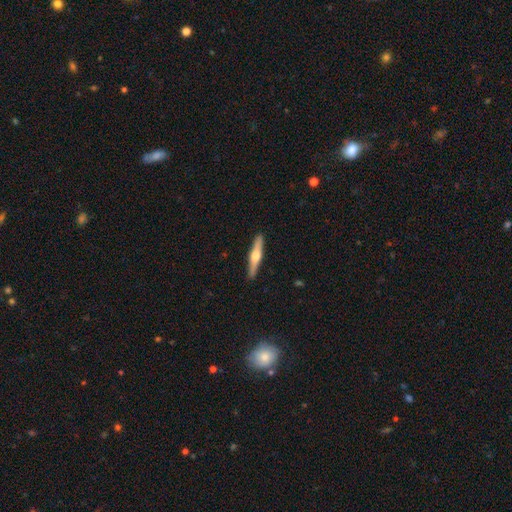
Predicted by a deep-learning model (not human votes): smooth_or_featured: featured or disk (p=0.60) [alt: smooth p=0.35]
disk_edge_on: yes (p=0.97) [alt: no p=0.03]
edge_on_bulge: rounded (p=0.93) [alt: boxy p=0.04]
merging: none (p=0.91) [alt: minor disturbance p=0.06]